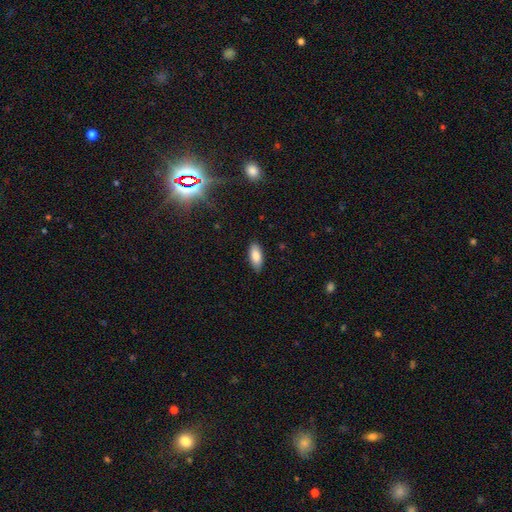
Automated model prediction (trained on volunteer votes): Smooth or featured: smooth — 84% (featured or disk — 9%)
How rounded: in between — 83% (cigar-shaped — 15%)
Merging: none — 87% (minor disturbance — 10%)